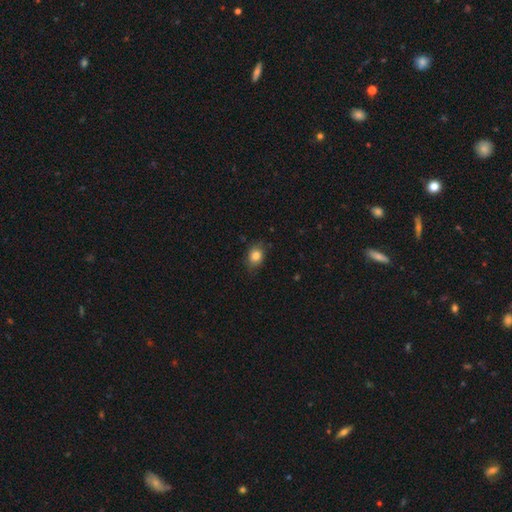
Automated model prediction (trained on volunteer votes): Smooth or featured?
  - smooth: 84% *
  - star or artifact: 9%
  - featured or disk: 7%
How rounded?
  - in between: 59% *
  - round: 40%
  - cigar-shaped: 1%
Merging?
  - none: 76% *
  - minor disturbance: 19%
  - major disturbance: 4%
  - merger: 1%